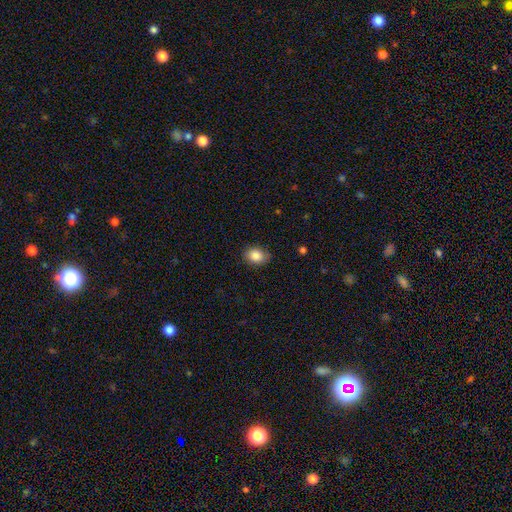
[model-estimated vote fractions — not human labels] Smooth or featured? smooth (86%)
How rounded? in between (65%)
Merging? none (82%)